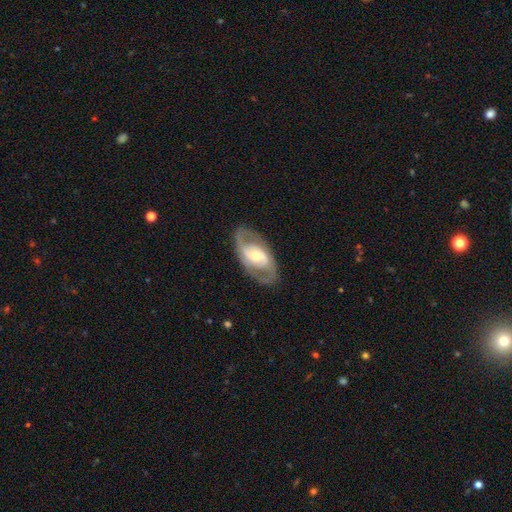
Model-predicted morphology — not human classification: Overall: featured or disk (81%). Edge-on disk: no (94%). Bar: no (48%; weak 35%). Spiral arms: yes (82%). Spiral arm count: 2 (84%). Spiral winding: medium (49%; tight 31%). Bulge size: moderate (58%; small 33%). Merging: none (82%).